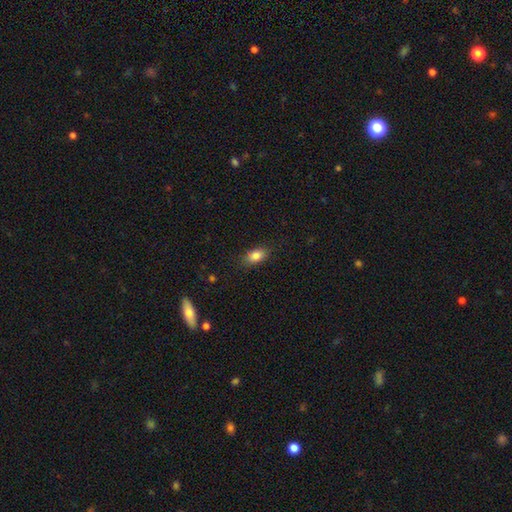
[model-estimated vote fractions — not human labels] smooth-or-featured: smooth: 83% | star or artifact: 9% | featured or disk: 8%
  how-rounded: in between: 85% | round: 10% | cigar-shaped: 5%
  merging: none: 81% | minor disturbance: 14% | major disturbance: 3% | merger: 1%